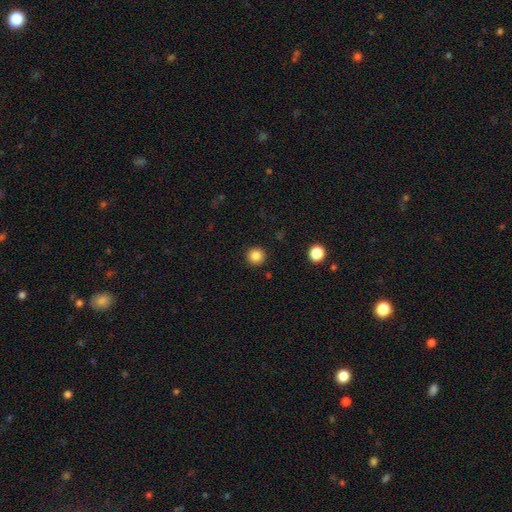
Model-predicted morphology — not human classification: Smooth or featured: smooth — 85% (star or artifact — 11%)
How rounded: round — 95% (in between — 4%)
Merging: none — 92% (minor disturbance — 5%)